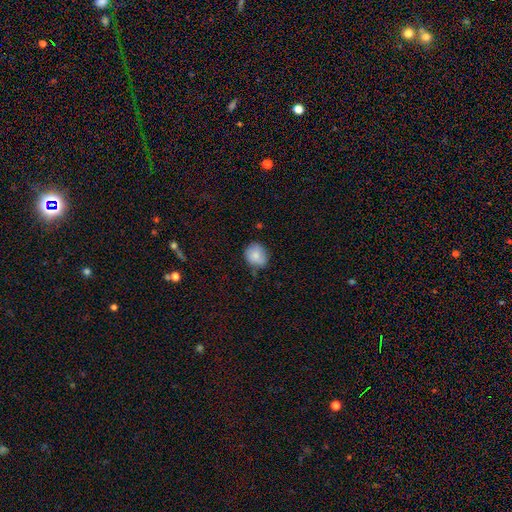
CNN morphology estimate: A smooth galaxy with no disk features (82%) that is round (68%). Merging: none (69%).